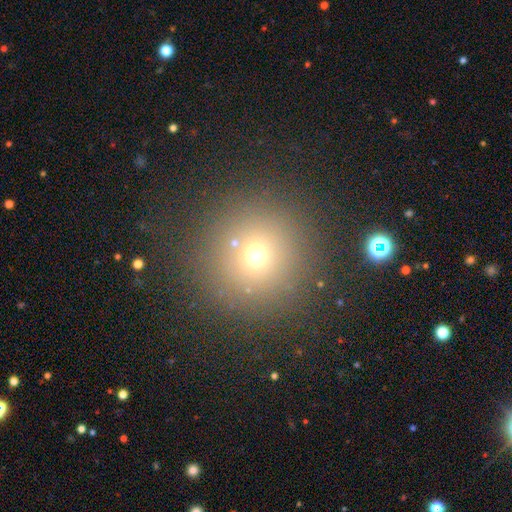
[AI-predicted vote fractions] Smooth or featured: smooth — 66% (star or artifact — 24%)
How rounded: round — 95% (in between — 4%)
Merging: none — 85% (minor disturbance — 7%)